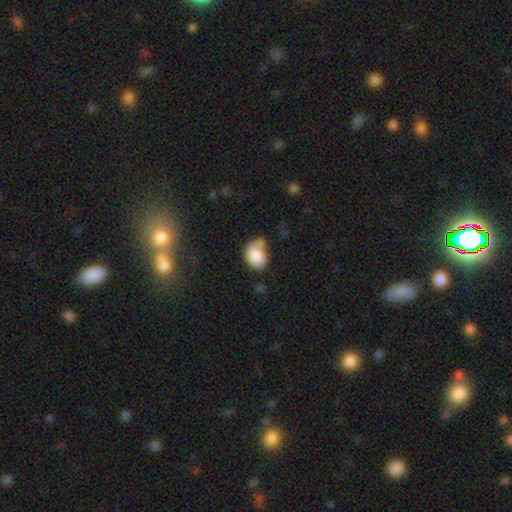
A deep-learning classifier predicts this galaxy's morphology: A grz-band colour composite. It shows a smooth galaxy with no disk features (83%) that is in between round and cigar-shaped (64%). Merging: none (40%).